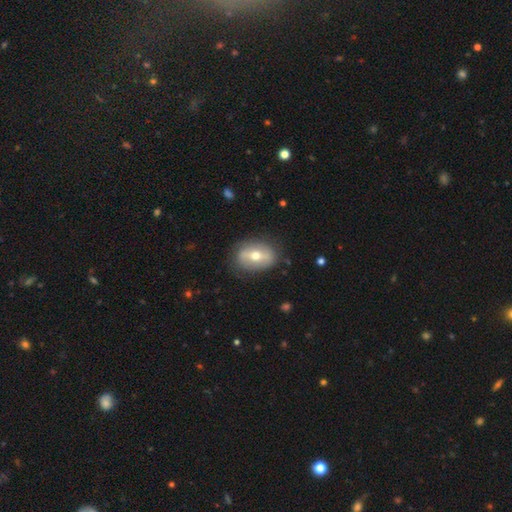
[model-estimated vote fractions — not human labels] Morphology: type=featured or disk (51%); edge-on=no (88%); merging=none (81%).